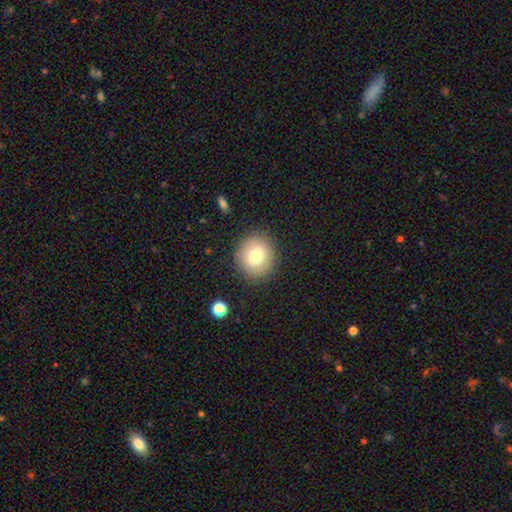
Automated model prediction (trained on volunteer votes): This is likely a smooth galaxy (74%). How rounded: clearly round (84%). Merging: clearly none (88%).